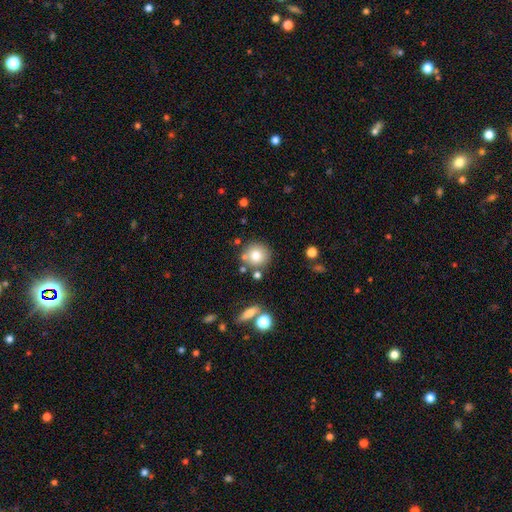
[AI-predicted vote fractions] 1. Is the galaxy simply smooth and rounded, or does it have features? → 75% smooth, 14% featured or disk, 11% star or artifact.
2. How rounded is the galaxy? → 92% round, 7% in between, 1% cigar-shaped.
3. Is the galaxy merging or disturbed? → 77% none, 10% merger, 10% minor disturbance, 3% major disturbance.